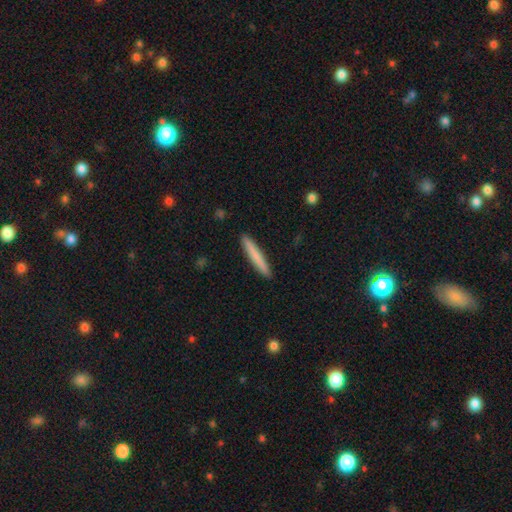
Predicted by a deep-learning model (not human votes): smooth 77%, featured or disk 18%, star or artifact 5%. Down the decision tree: how rounded — cigar-shaped (96%); merging — none (92%).